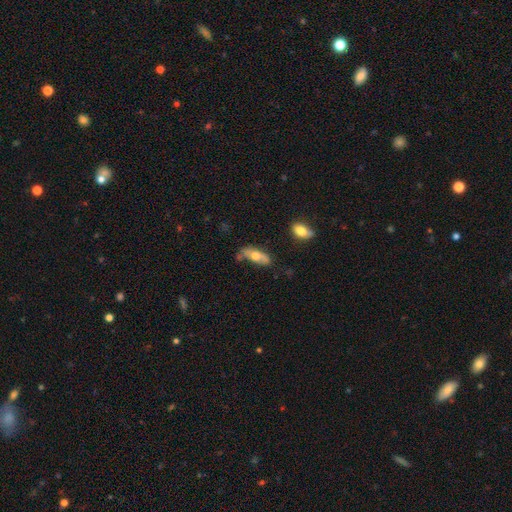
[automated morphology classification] Smooth or featured: smooth — 59% (featured or disk — 34%)
How rounded: in between — 74% (cigar-shaped — 23%)
Merging: none — 41% (minor disturbance — 31%)